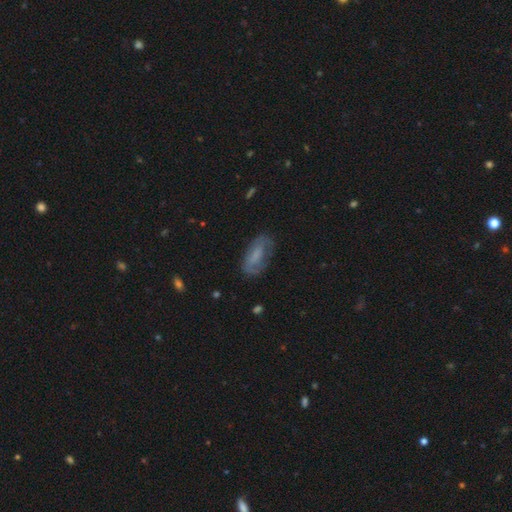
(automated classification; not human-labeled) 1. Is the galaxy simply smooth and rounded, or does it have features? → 52% smooth, 40% featured or disk, 9% star or artifact.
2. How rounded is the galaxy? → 82% in between, 15% cigar-shaped, 3% round.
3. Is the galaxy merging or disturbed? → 66% none, 23% minor disturbance, 10% major disturbance, 2% merger.